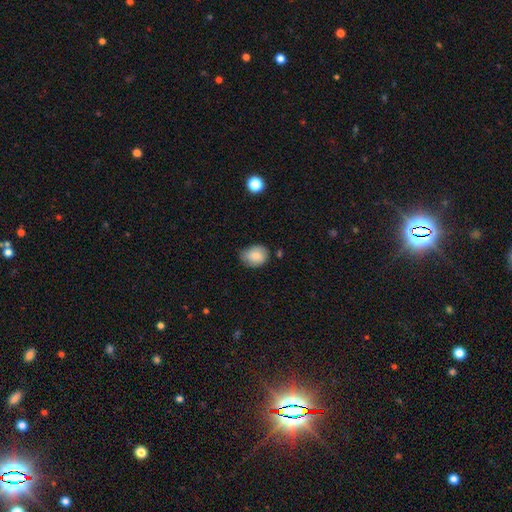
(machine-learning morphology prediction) smooth_or_featured: smooth (p=0.82) [alt: featured or disk p=0.11]
how_rounded: in between (p=0.55) [alt: round p=0.44]
merging: none (p=0.61) [alt: minor disturbance p=0.32]